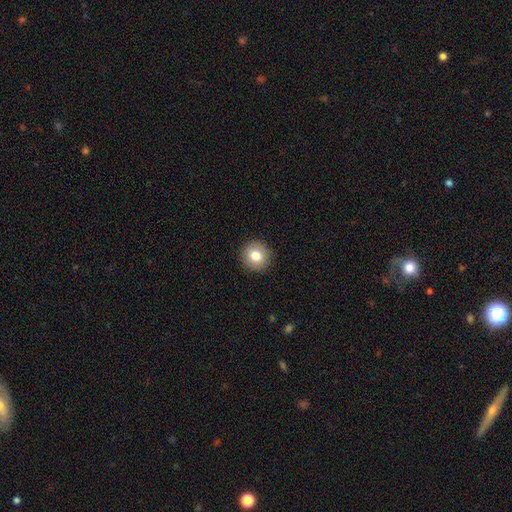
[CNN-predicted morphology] Smooth or featured? smooth (80%)
How rounded? round (93%)
Merging? none (91%)